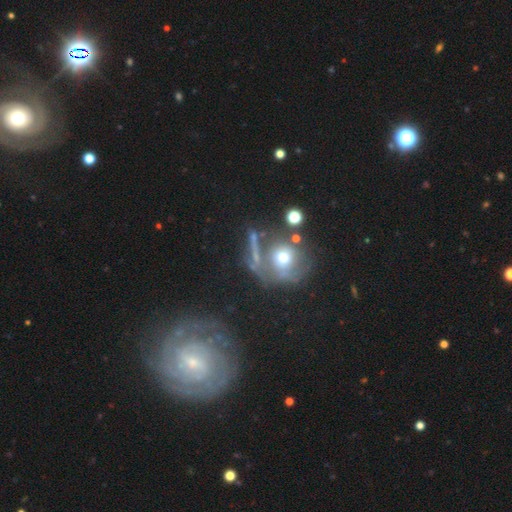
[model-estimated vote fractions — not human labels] Smooth or featured?
  - featured or disk: 42% *
  - smooth: 41%
  - star or artifact: 17%
Merging?
  - none: 47% *
  - merger: 19%
  - major disturbance: 17%
  - minor disturbance: 16%